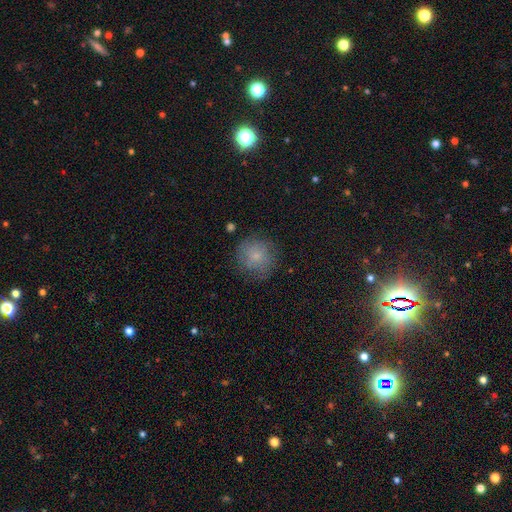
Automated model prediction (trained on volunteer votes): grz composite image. It shows a smooth galaxy with no disk features (75%) that is round (91%). Merging: none (75%).